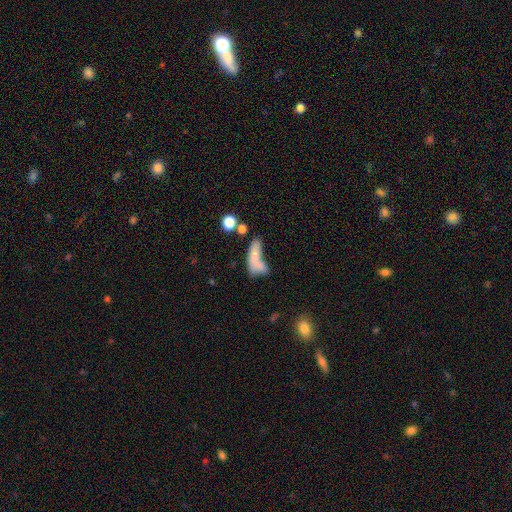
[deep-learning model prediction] Smooth or featured: smooth — 63% (featured or disk — 24%)
How rounded: in between — 53% (cigar-shaped — 40%)
Merging: merger — 41% (none — 26%)